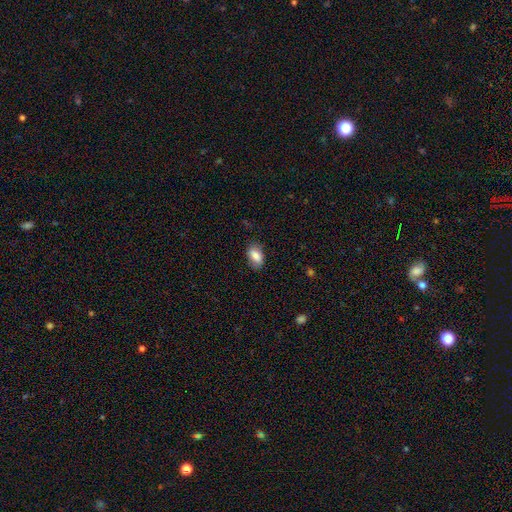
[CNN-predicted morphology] smooth-or-featured: smooth: 83% | featured or disk: 10% | star or artifact: 7%
  how-rounded: in between: 90% | round: 7% | cigar-shaped: 3%
  merging: none: 79% | minor disturbance: 16% | major disturbance: 4% | merger: 1%